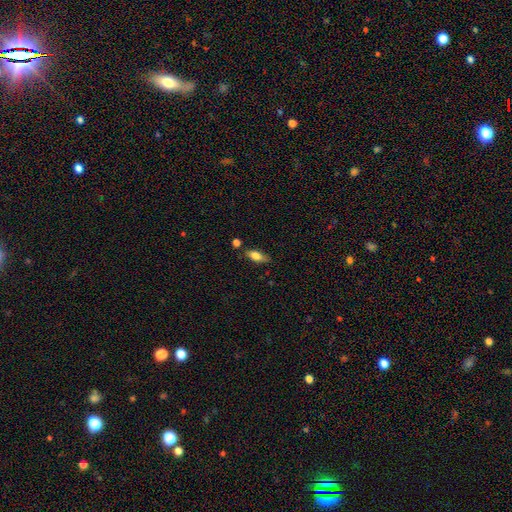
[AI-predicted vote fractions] Morphology: type=smooth (75%); roundness=in between (76%); merging=none (74%).